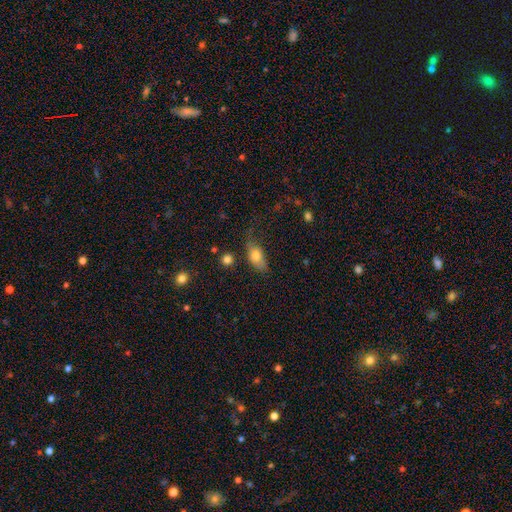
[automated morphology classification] smooth-or-featured: smooth: 75% | featured or disk: 17% | star or artifact: 8%
  how-rounded: in between: 83% | cigar-shaped: 9% | round: 7%
  merging: none: 51% | minor disturbance: 31% | major disturbance: 13% | merger: 4%